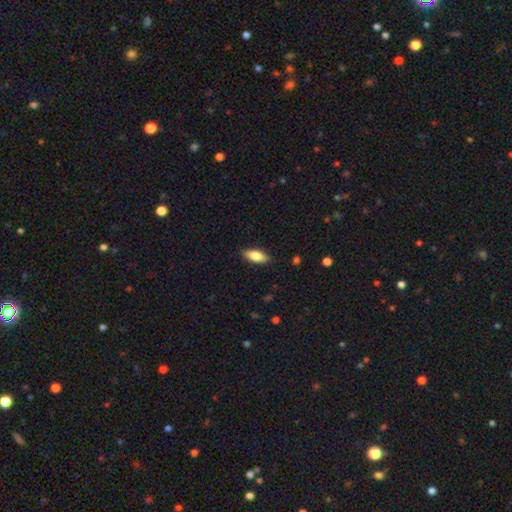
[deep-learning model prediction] A smooth galaxy with no disk features (75%) that is in between round and cigar-shaped (78%).

Vote fractions:
- Smooth or featured? smooth: 75% / featured or disk: 18% / star or artifact: 6%
- How rounded? in between: 78% / cigar-shaped: 20% / round: 2%
- Merging? none: 88% / minor disturbance: 9% / major disturbance: 2% / merger: 1%